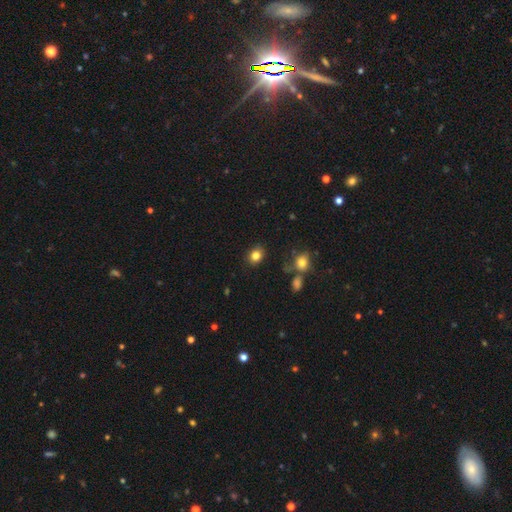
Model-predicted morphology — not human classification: type=smooth (82%); roundness=round (63%); merging=none (84%).